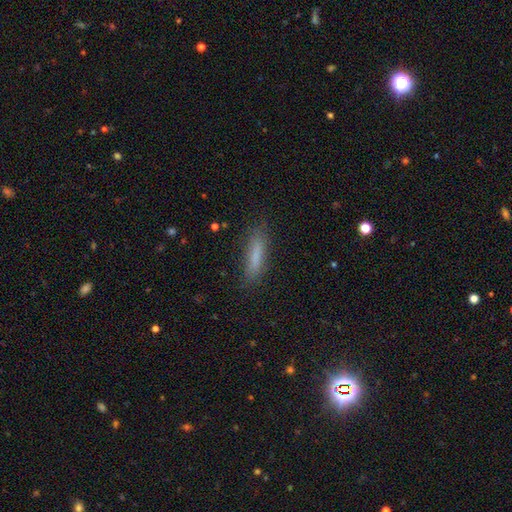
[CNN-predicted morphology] A smooth galaxy with no disk features (78%) that is cigar-shaped (78%). Merging: none (82%).